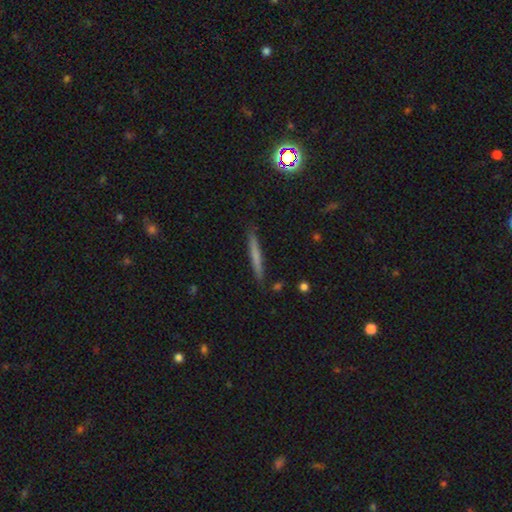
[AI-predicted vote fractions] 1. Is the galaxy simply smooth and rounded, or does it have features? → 59% smooth, 32% featured or disk, 8% star or artifact.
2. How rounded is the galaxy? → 95% cigar-shaped, 3% in between, 2% round.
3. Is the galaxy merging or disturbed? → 88% none, 8% minor disturbance, 2% major disturbance, 1% merger.